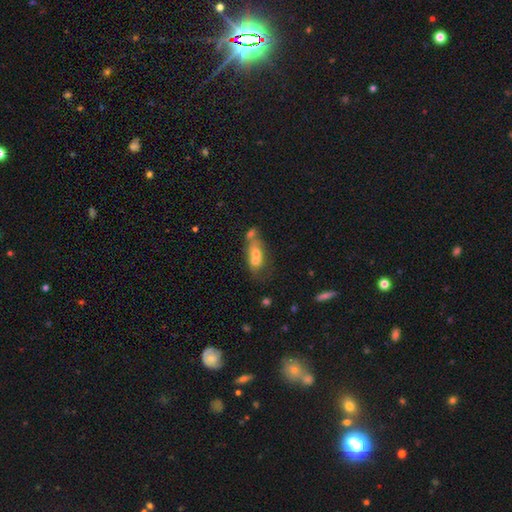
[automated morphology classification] This is possibly a smooth galaxy (59%). How rounded: likely in between (63%). Merging: likely merger (64%).